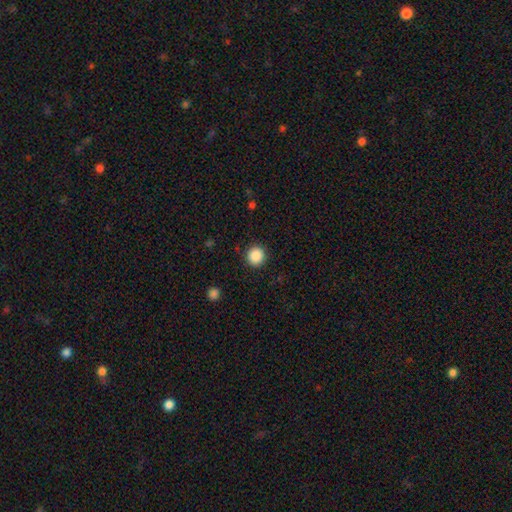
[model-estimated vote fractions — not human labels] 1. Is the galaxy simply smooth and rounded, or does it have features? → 88% smooth, 9% star or artifact, 3% featured or disk.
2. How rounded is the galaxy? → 94% round, 5% in between, 1% cigar-shaped.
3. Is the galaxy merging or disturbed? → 92% none, 5% minor disturbance, 2% major disturbance, 1% merger.